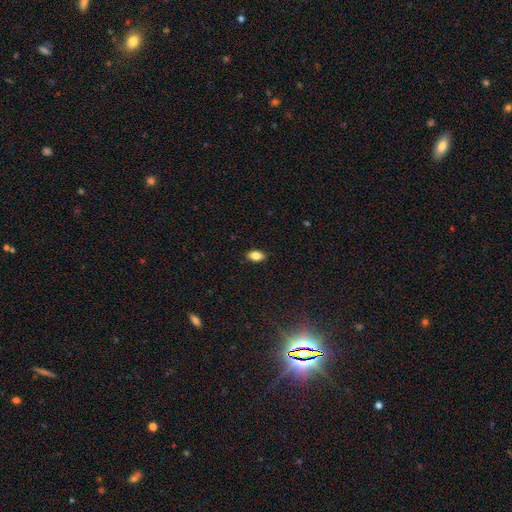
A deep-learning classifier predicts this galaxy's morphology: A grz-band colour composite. It shows a smooth galaxy with no disk features (82%) that is in between round and cigar-shaped (89%). Merging: none (88%).